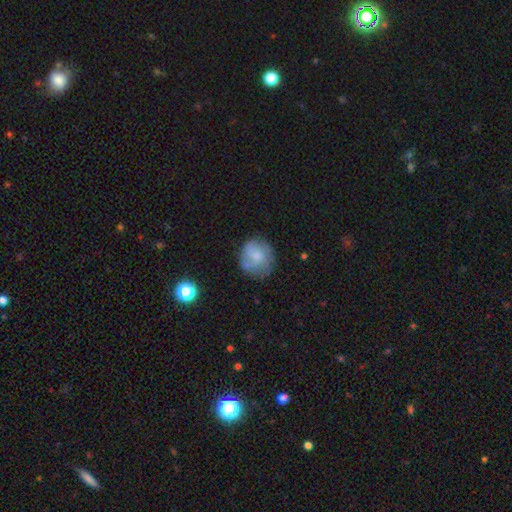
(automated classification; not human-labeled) smooth 60%, featured or disk 32%, star or artifact 8%. Down the decision tree: how rounded — round (85%); merging — none (63%).